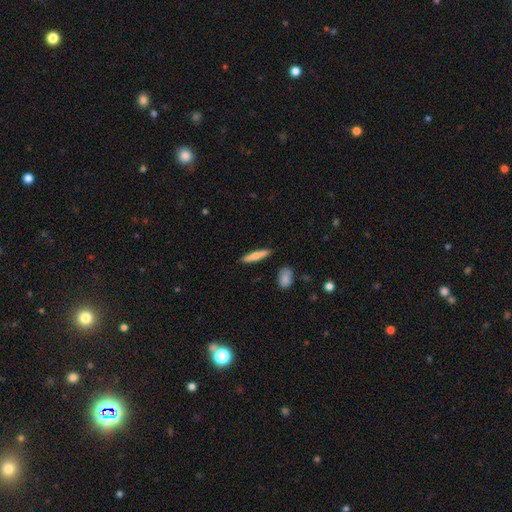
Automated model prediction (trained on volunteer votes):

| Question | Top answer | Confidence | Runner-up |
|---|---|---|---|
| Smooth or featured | smooth | 70% | featured or disk (25%) |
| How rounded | cigar-shaped | 84% | in between (14%) |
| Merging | none | 88% | minor disturbance (8%) |